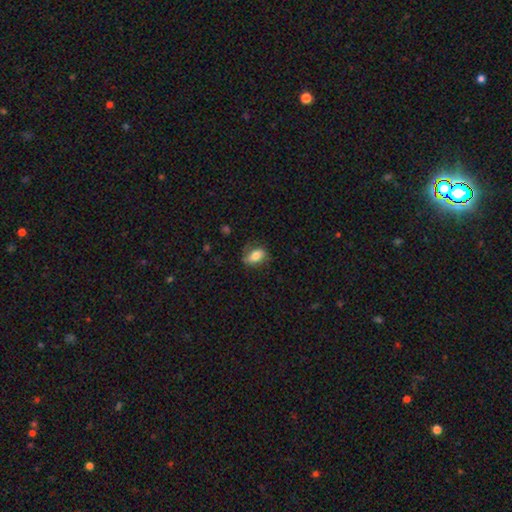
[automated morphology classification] Smooth or featured? smooth (71%)
How rounded? in between (84%)
Merging? none (64%)